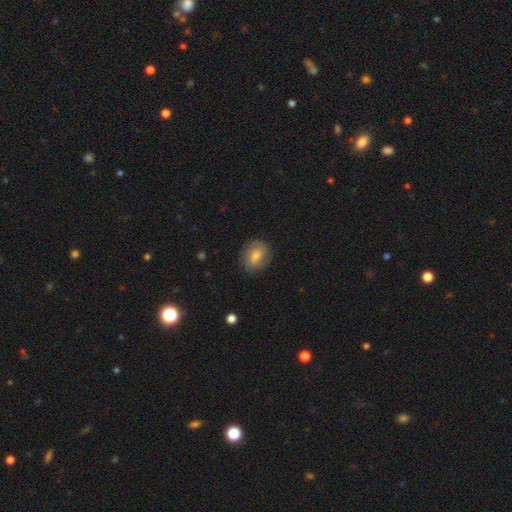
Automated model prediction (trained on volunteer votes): smooth_or_featured: smooth (p=0.51) [alt: featured or disk p=0.39]
how_rounded: round (p=0.62) [alt: in between p=0.37]
merging: none (p=0.83) [alt: minor disturbance p=0.12]